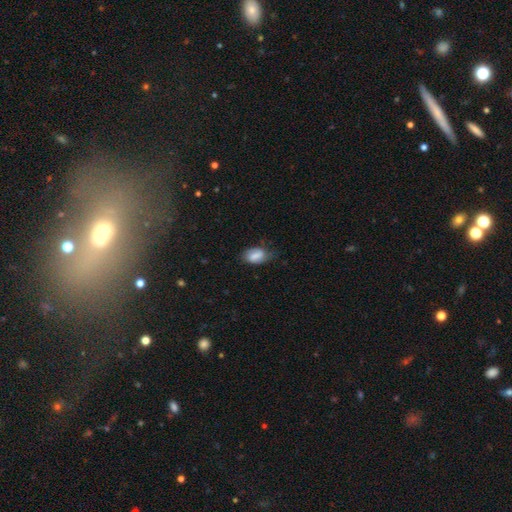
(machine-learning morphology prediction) smooth-or-featured: smooth: 73% | featured or disk: 19% | star or artifact: 8%
  how-rounded: in between: 89% | round: 9% | cigar-shaped: 2%
  merging: none: 60% | minor disturbance: 30% | major disturbance: 8% | merger: 2%